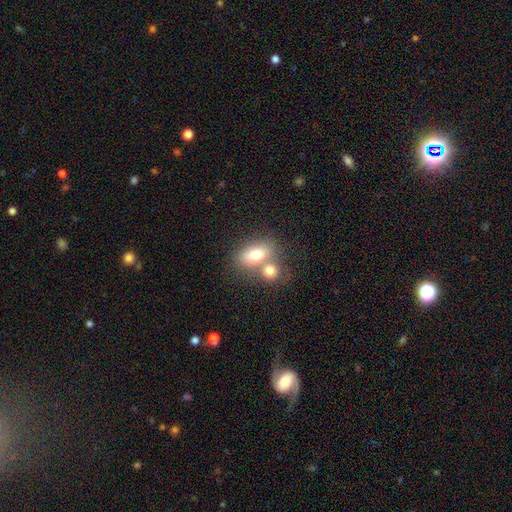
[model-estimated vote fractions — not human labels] Q: Smooth or featured?
A: smooth (74%); runner-up: featured or disk (18%)
Q: How rounded?
A: in between (79%); runner-up: round (18%)
Q: Merging?
A: merger (51%); runner-up: none (37%)